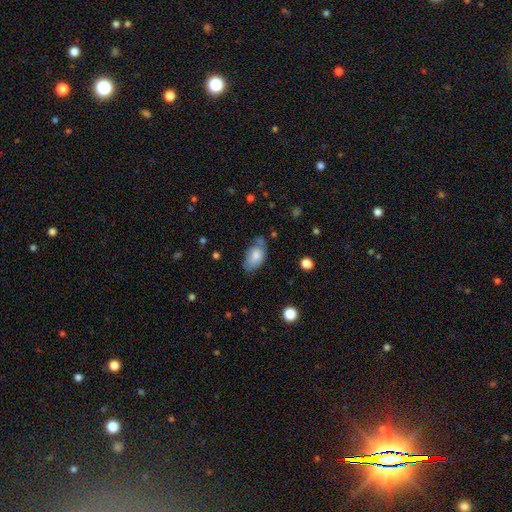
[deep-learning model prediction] Smooth or featured? smooth (79%)
How rounded? in between (92%)
Merging? none (50%)